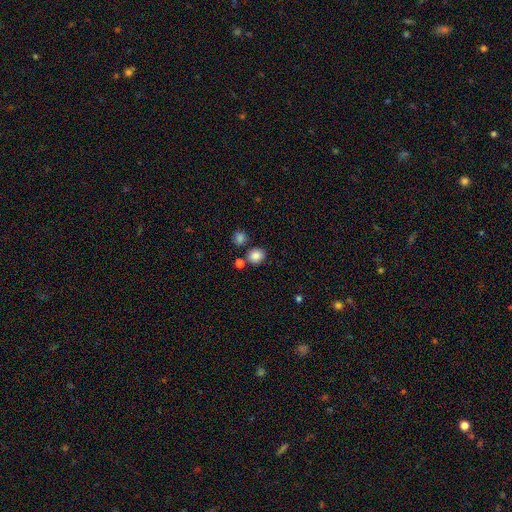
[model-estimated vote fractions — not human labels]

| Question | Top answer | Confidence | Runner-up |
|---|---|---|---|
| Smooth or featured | smooth | 84% | star or artifact (11%) |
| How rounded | round | 73% | in between (26%) |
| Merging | none | 77% | merger (11%) |